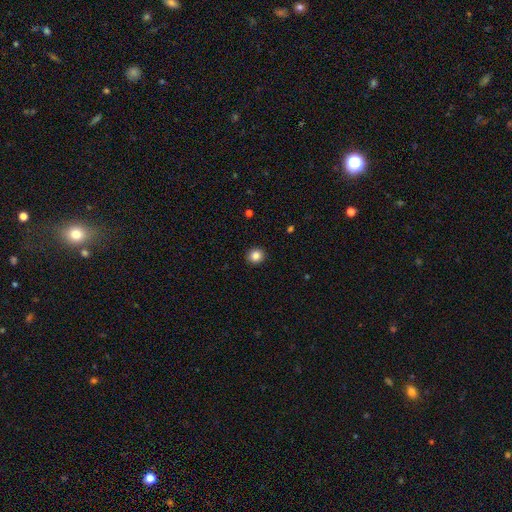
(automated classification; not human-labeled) Q: Smooth or featured?
A: smooth (86%); runner-up: star or artifact (10%)
Q: How rounded?
A: round (87%); runner-up: in between (12%)
Q: Merging?
A: none (92%); runner-up: minor disturbance (5%)